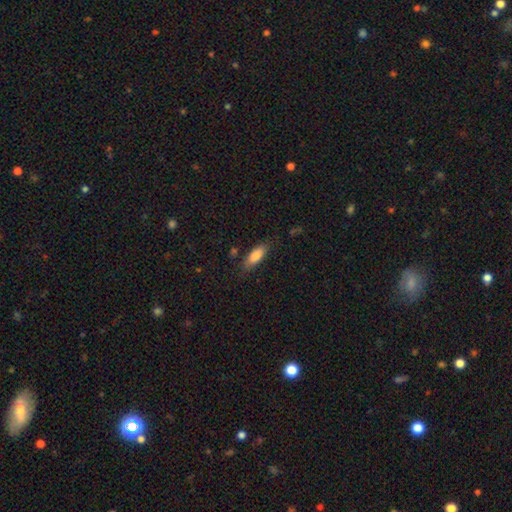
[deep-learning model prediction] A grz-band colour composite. It shows a smooth galaxy with no disk features (81%) that is in between round and cigar-shaped (67%). Merging: none (79%).